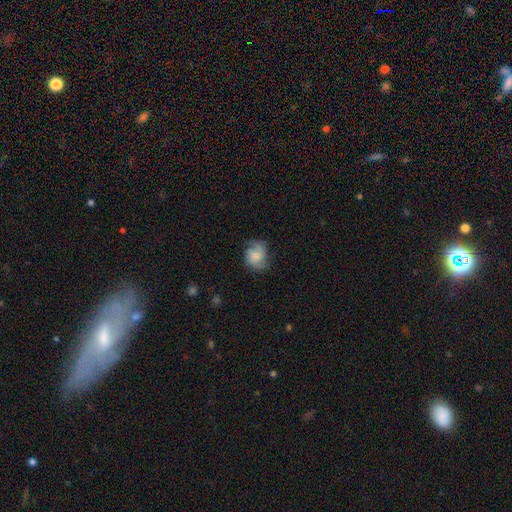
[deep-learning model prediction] A smooth galaxy with no disk features (53%) that is round (55%).

Vote fractions:
- Smooth or featured? smooth: 53% / featured or disk: 38% / star or artifact: 9%
- How rounded? round: 55% / in between: 44% / cigar-shaped: 1%
- Merging? none: 54% / minor disturbance: 28% / major disturbance: 16% / merger: 2%